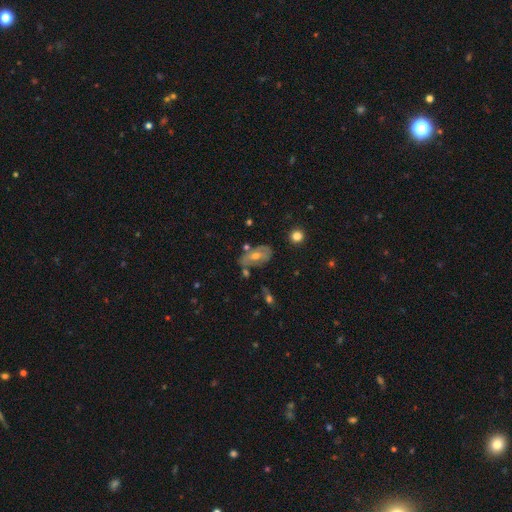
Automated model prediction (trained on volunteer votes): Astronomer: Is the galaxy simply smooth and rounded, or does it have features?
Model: featured or disk — 56% (runner-up: smooth, 35%).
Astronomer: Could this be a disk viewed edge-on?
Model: no — 86%.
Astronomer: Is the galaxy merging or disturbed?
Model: none — 61%.